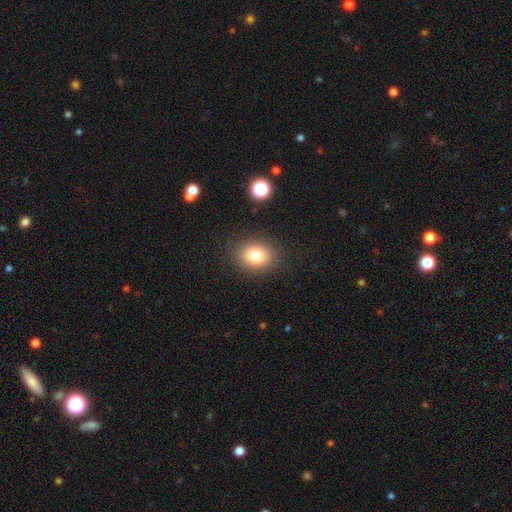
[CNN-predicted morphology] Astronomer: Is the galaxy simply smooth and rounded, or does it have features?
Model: smooth — 78%.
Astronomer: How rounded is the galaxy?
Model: round — 55% (runner-up: in between, 45%).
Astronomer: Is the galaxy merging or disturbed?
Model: none — 86%.